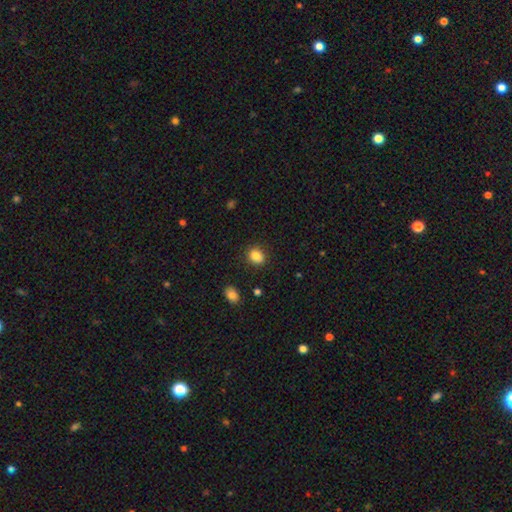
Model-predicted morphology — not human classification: smooth-or-featured: smooth: 85% | star or artifact: 10% | featured or disk: 5%
  how-rounded: round: 51% | in between: 48% | cigar-shaped: 1%
  merging: none: 82% | minor disturbance: 12% | major disturbance: 3% | merger: 2%